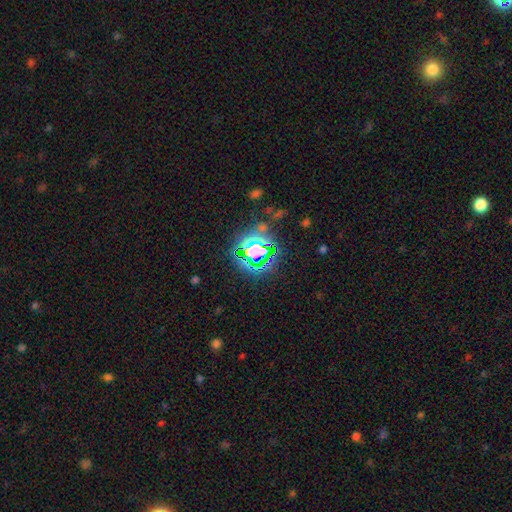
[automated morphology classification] Smooth or featured? Predicted: star or artifact (p=0.76).